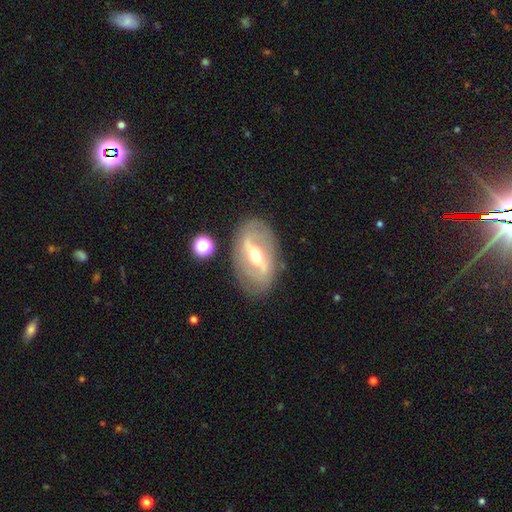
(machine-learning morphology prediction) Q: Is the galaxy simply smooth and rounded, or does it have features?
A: featured or disk — 78%.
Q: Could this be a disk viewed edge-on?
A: no — 91%.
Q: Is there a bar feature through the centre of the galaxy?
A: strong — 58%.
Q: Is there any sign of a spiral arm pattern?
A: yes — 66%.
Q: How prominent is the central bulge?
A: moderate — 70%.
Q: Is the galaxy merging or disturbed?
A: none — 79%.